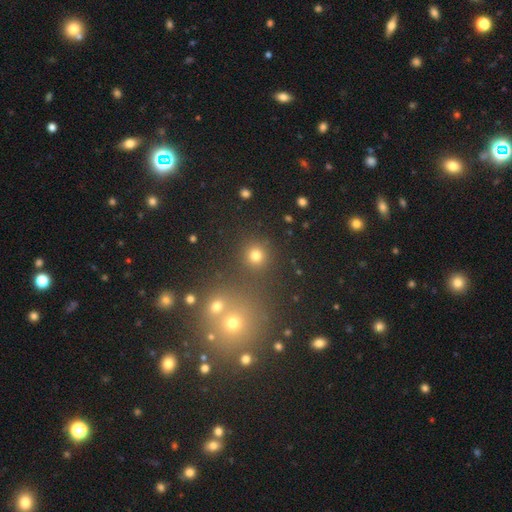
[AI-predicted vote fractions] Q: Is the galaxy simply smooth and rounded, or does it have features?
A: smooth — 75%.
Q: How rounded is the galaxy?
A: round — 92%.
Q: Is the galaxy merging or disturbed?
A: none — 85%.